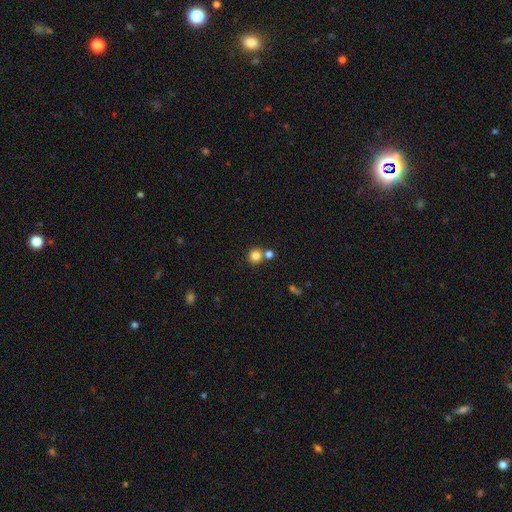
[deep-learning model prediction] This appears to be a smooth galaxy with no disk features (83%) that is round (90%). Merging: none (66%).